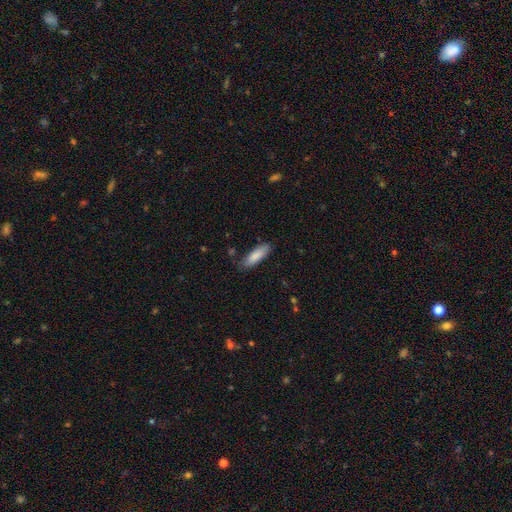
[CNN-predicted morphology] This appears to be a smooth galaxy with no disk features (86%) that is cigar-shaped (50%). Merging: none (82%).